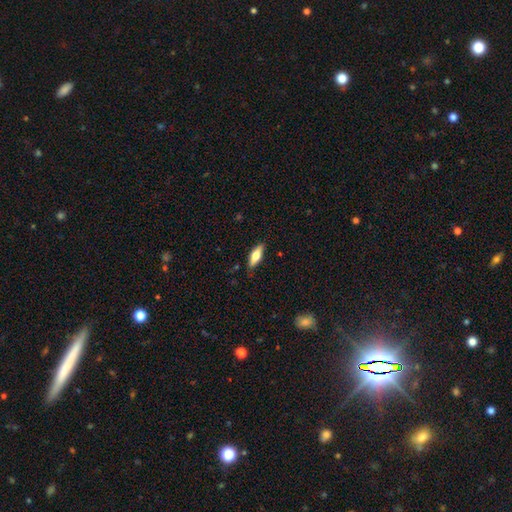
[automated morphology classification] This appears to be a smooth galaxy with no disk features (60%) that is in between round and cigar-shaped (59%). Merging: none (81%).